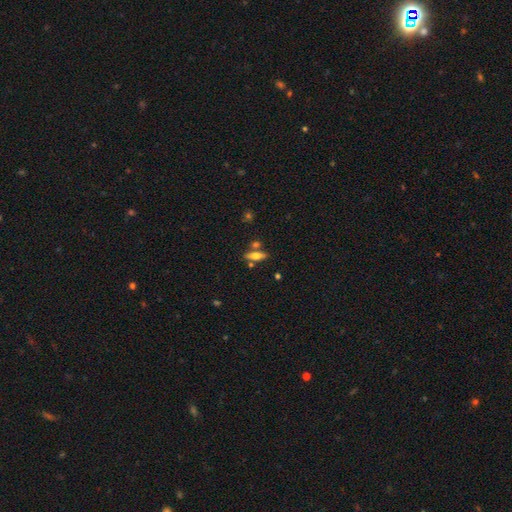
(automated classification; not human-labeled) Smooth or featured? smooth (50%)
How rounded? cigar-shaped (53%)
Merging? none (72%)